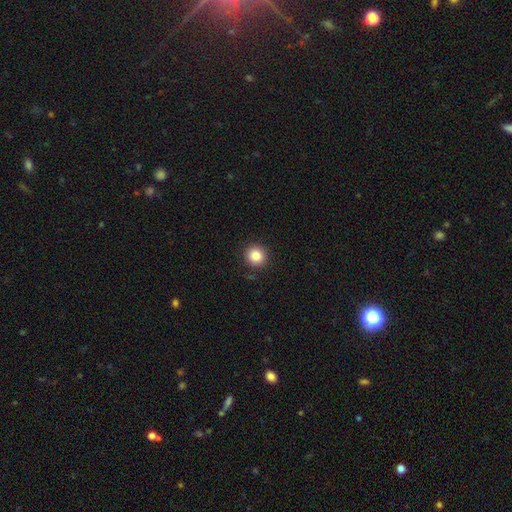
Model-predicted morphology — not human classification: Smooth or featured: smooth — 85% (star or artifact — 10%)
How rounded: round — 91% (in between — 8%)
Merging: none — 91% (minor disturbance — 6%)